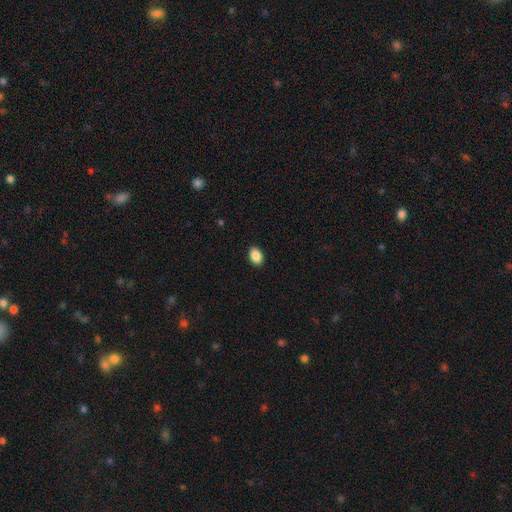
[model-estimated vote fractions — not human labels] The model was most divided on "how rounded": in between: 86%, round: 12%, cigar-shaped: 1%. More confident: merging — none (90%); smooth or featured — smooth (89%).